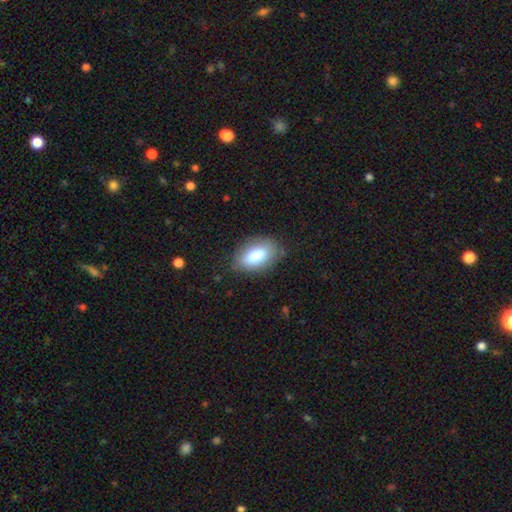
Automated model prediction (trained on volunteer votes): A smooth galaxy with no disk features (80%) that is in between round and cigar-shaped (92%). Merging: none (80%).